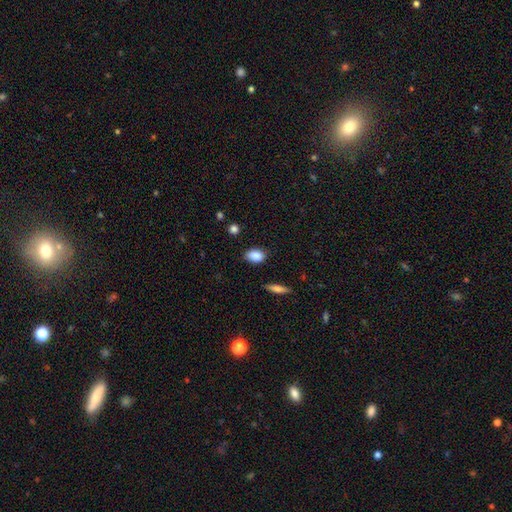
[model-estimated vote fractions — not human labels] This is clearly a smooth galaxy (87%). How rounded: clearly in between (81%). Merging: clearly none (81%).